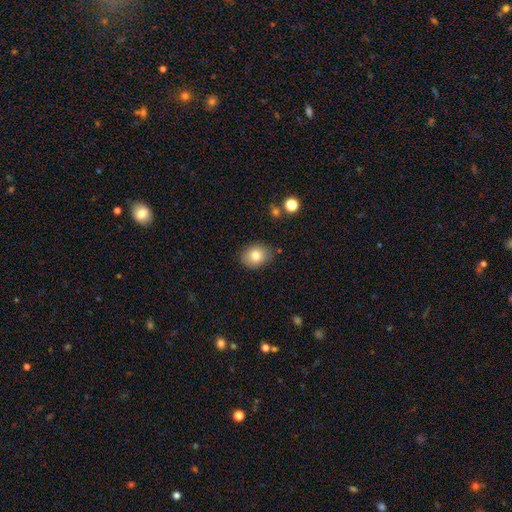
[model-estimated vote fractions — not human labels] A smooth galaxy with no disk features (80%) that is in between round and cigar-shaped (54%). Merging: none (83%).